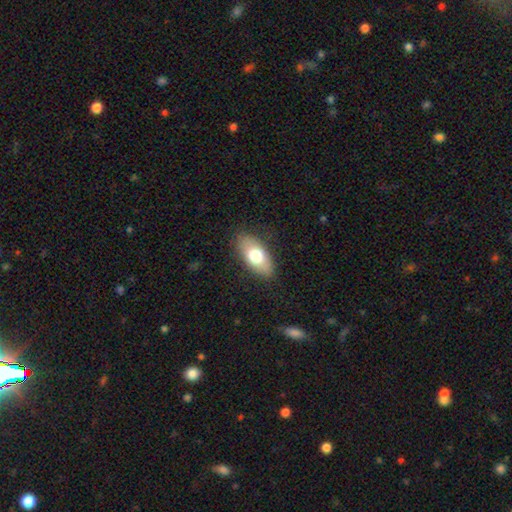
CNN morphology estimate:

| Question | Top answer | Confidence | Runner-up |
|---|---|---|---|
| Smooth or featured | smooth | 71% | featured or disk (22%) |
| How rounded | in between | 88% | cigar-shaped (8%) |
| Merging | none | 84% | minor disturbance (12%) |